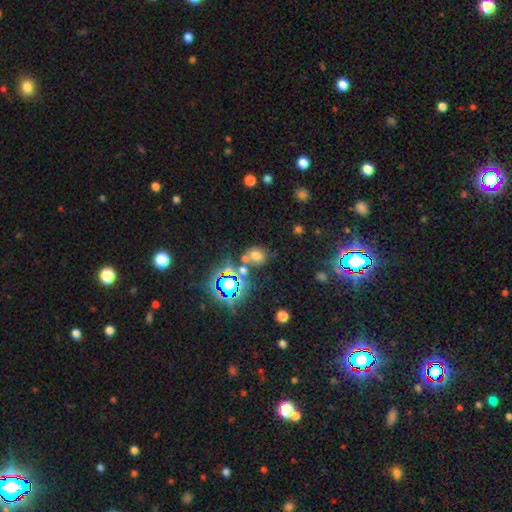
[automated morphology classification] Smooth or featured? smooth (60%)
How rounded? round (63%)
Merging? none (62%)